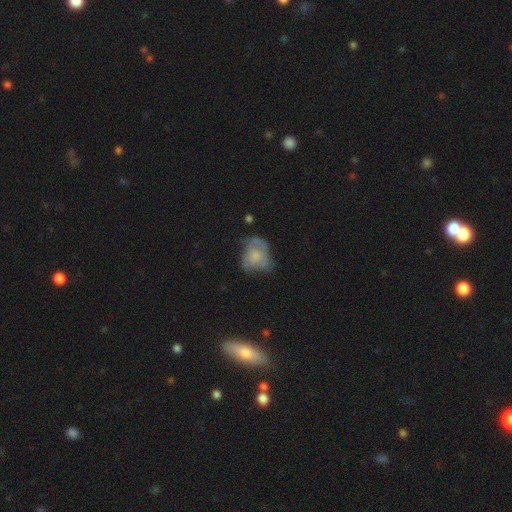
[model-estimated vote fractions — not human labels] smooth 51%, featured or disk 40%, star or artifact 9%. Down the decision tree: how rounded — in between (62%); merging — none (33%).